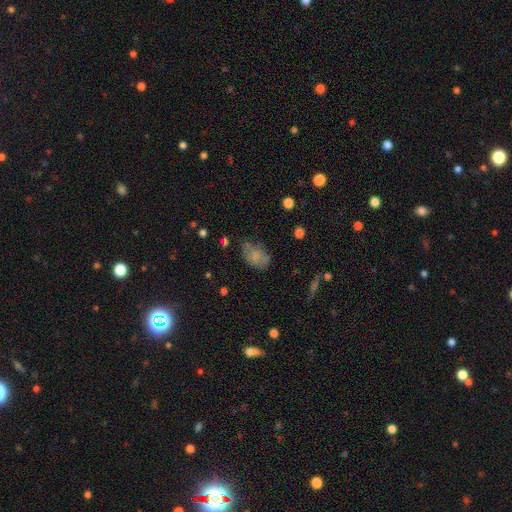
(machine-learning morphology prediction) The model was most divided on "merging": none: 55%, minor disturbance: 28%, major disturbance: 13%, merger: 3%. More confident: how rounded — in between (84%); smooth or featured — smooth (68%).